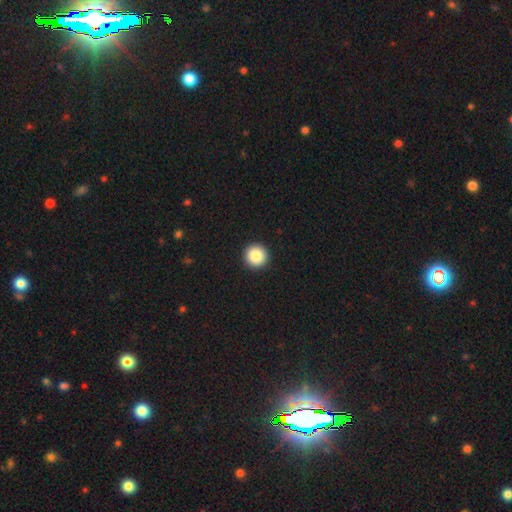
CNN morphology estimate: Overall: smooth (87%). How rounded: round (96%). Merging: none (94%).